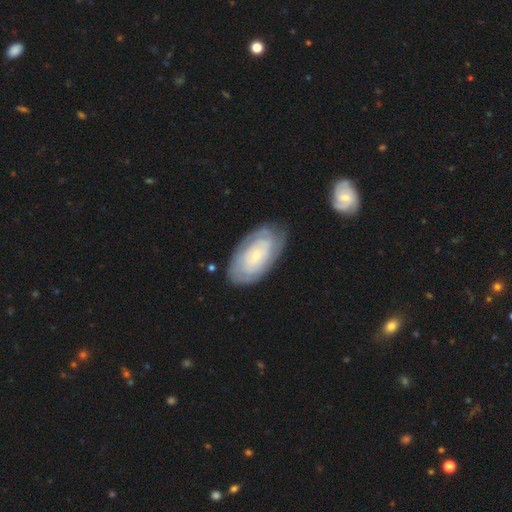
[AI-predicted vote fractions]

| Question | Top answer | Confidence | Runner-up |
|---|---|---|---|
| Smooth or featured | featured or disk | 66% | smooth (28%) |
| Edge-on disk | no | 94% | yes (6%) |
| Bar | no | 81% | weak (15%) |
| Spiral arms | yes | 79% | no (21%) |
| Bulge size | small | 80% | moderate (16%) |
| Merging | none | 76% | minor disturbance (17%) |